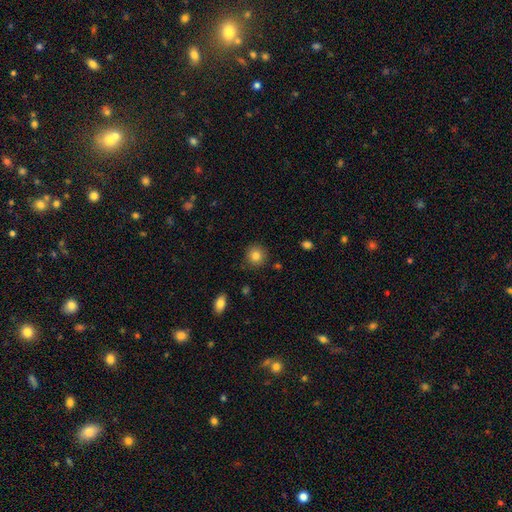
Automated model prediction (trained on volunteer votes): Smooth or featured? smooth (83%)
How rounded? round (90%)
Merging? none (87%)